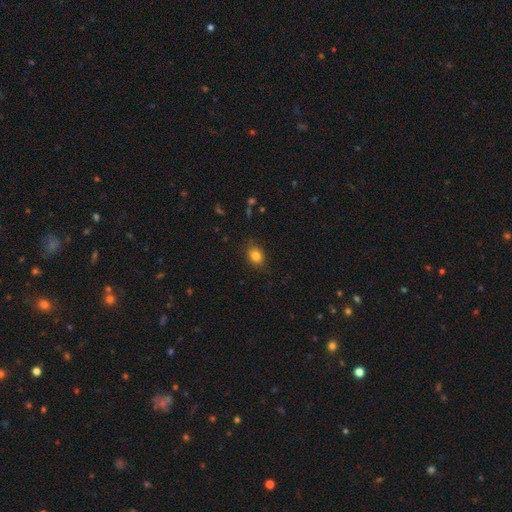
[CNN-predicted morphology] This appears to be a smooth galaxy with no disk features (83%) that is round (53%). Merging: none (84%).